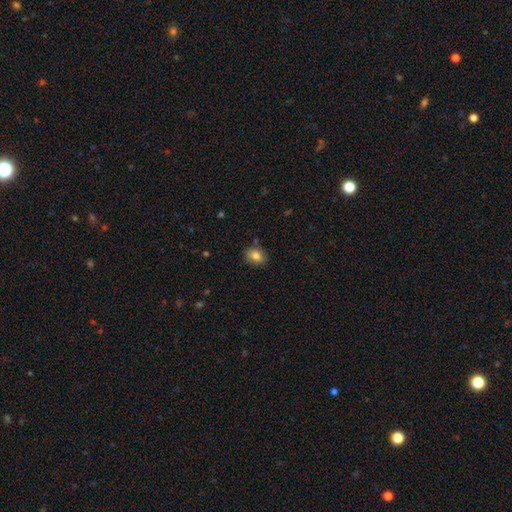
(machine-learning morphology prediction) Overall: smooth (82%). How rounded: round (51%; in between 48%). Merging: none (83%).